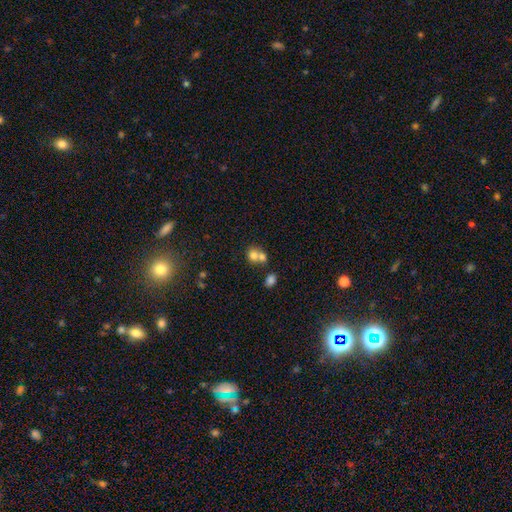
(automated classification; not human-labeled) Q: Smooth or featured?
A: smooth (73%); runner-up: featured or disk (16%)
Q: How rounded?
A: round (70%); runner-up: in between (29%)
Q: Merging?
A: merger (60%); runner-up: none (30%)